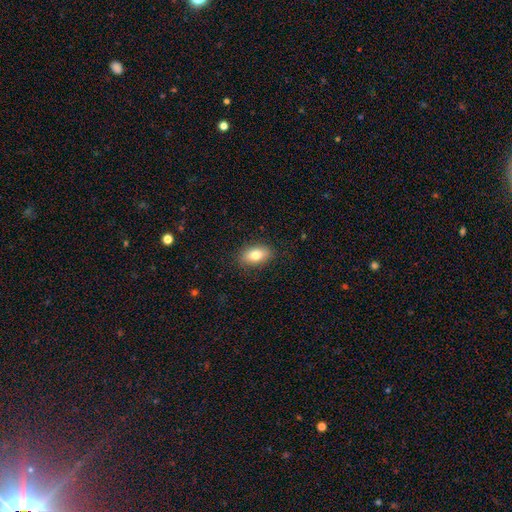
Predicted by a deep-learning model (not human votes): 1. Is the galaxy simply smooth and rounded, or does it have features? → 79% smooth, 13% featured or disk, 8% star or artifact.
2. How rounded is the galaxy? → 88% in between, 9% round, 3% cigar-shaped.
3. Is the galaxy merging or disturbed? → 87% none, 10% minor disturbance, 3% major disturbance, 1% merger.